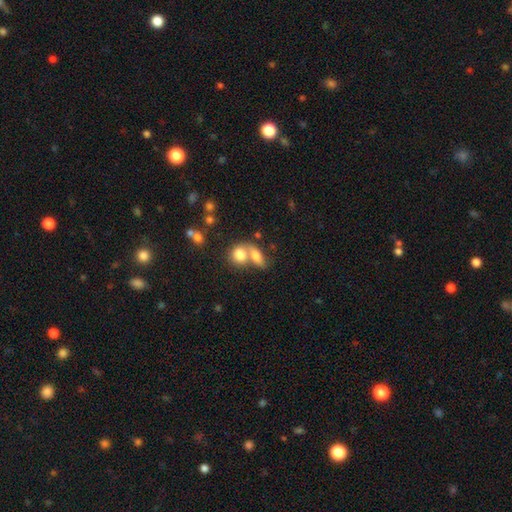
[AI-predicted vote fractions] Overall: smooth (76%). How rounded: in between (71%). Merging: merger (61%; none 26%).